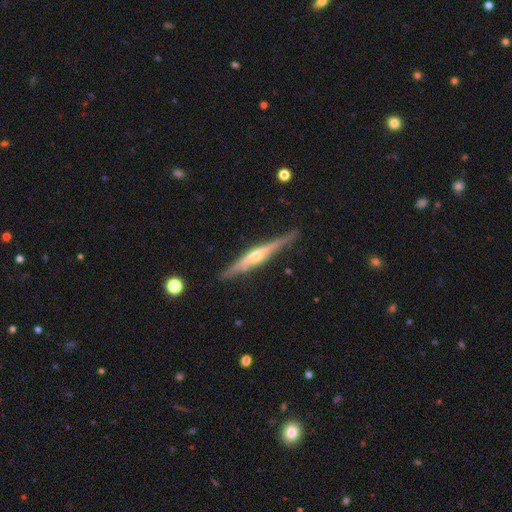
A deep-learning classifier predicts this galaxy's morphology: Smooth or featured?
  - featured or disk: 79% *
  - smooth: 16%
  - star or artifact: 5%
Edge-on disk?
  - yes: 97% *
  - no: 3%
Edge-on bulge?
  - rounded: 84% *
  - none: 10%
  - boxy: 7%
Merging?
  - none: 87% *
  - minor disturbance: 10%
  - major disturbance: 2%
  - merger: 2%